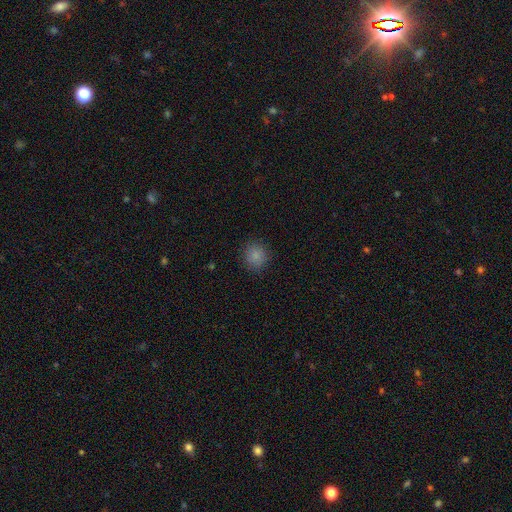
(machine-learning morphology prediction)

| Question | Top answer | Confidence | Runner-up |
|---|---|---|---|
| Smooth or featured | smooth | 84% | star or artifact (11%) |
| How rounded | round | 86% | in between (13%) |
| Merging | none | 87% | minor disturbance (9%) |